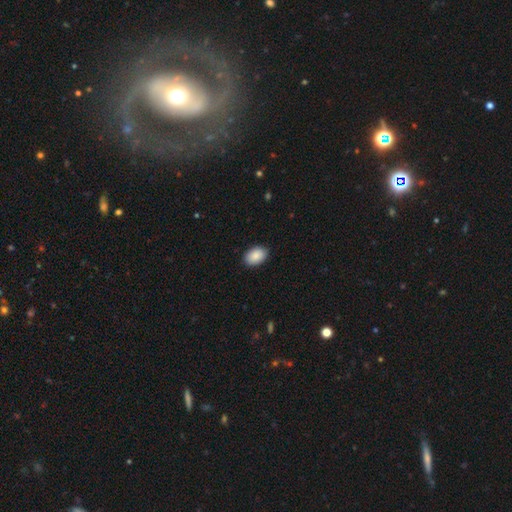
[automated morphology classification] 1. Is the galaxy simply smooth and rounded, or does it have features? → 90% smooth, 7% star or artifact, 3% featured or disk.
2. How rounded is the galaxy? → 90% in between, 9% round, 1% cigar-shaped.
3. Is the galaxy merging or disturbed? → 89% none, 8% minor disturbance, 2% major disturbance, 1% merger.